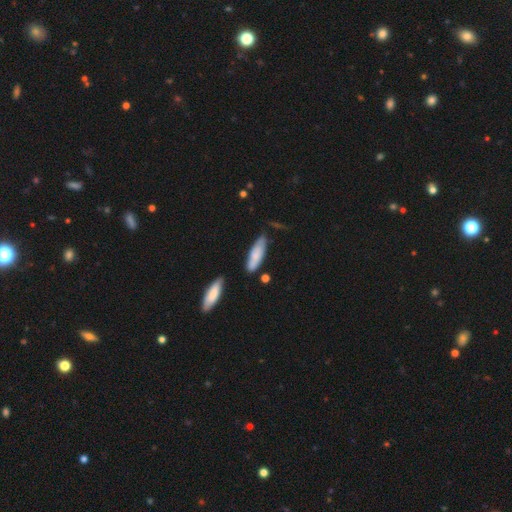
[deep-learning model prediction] Q: Smooth or featured?
A: smooth (73%); runner-up: featured or disk (21%)
Q: How rounded?
A: in between (54%); runner-up: cigar-shaped (45%)
Q: Merging?
A: none (68%); runner-up: minor disturbance (21%)